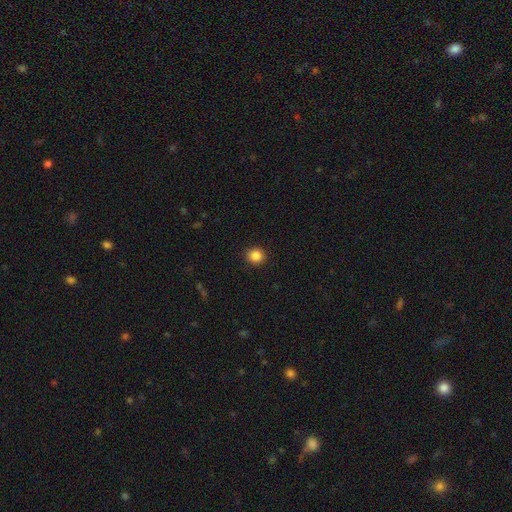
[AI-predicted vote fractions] Q: Smooth or featured?
A: smooth (85%); runner-up: star or artifact (10%)
Q: How rounded?
A: round (88%); runner-up: in between (11%)
Q: Merging?
A: none (92%); runner-up: minor disturbance (5%)